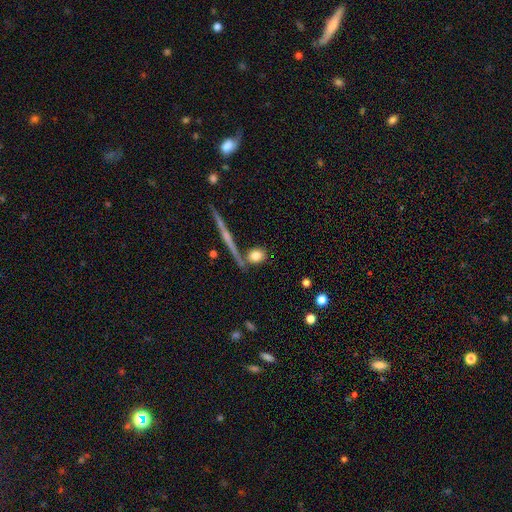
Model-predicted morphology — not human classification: smooth_or_featured: smooth (p=0.76) [alt: featured or disk p=0.15]
how_rounded: round (p=0.61) [alt: in between p=0.32]
merging: none (p=0.69) [alt: merger p=0.15]